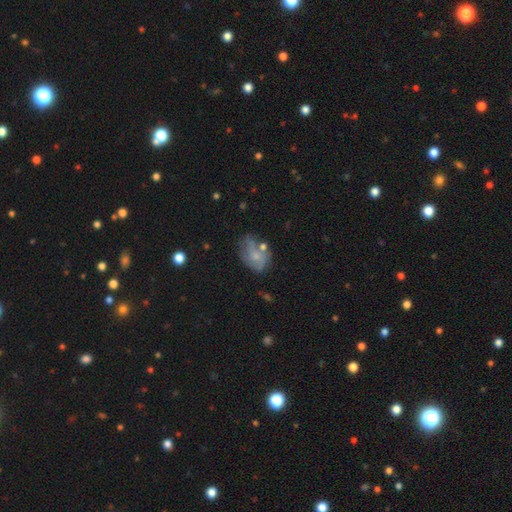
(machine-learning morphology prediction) Q: Smooth or featured?
A: featured or disk (49%); runner-up: smooth (41%)
Q: Merging?
A: none (42%); runner-up: minor disturbance (26%)